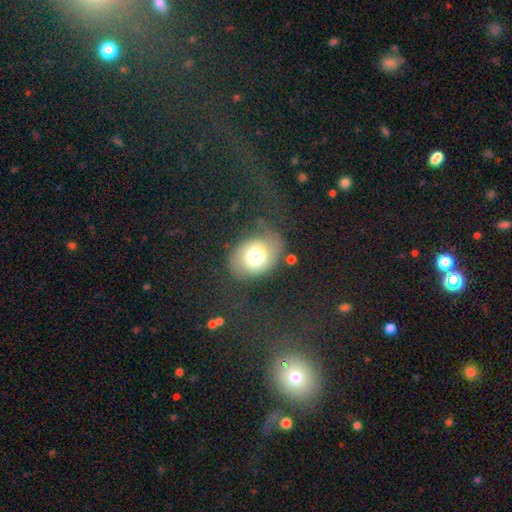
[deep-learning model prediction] smooth 66%, featured or disk 23%, star or artifact 11%. Down the decision tree: how rounded — in between (56%); merging — none (63%).